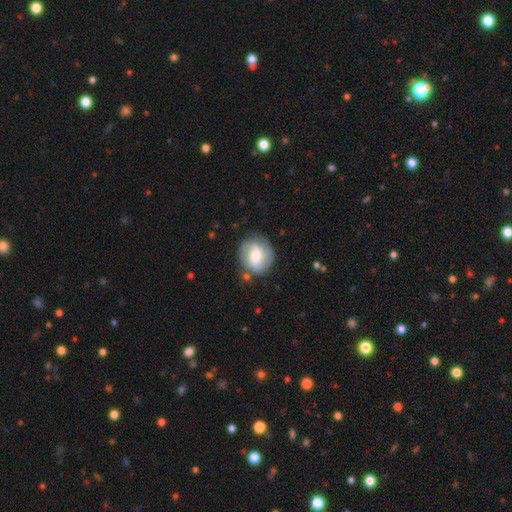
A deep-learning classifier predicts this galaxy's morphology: type=featured or disk (53%); edge-on=no (96%); bar=weak (45%); spiral arms=yes (75%); bulge=moderate (61%); merging=none (76%).